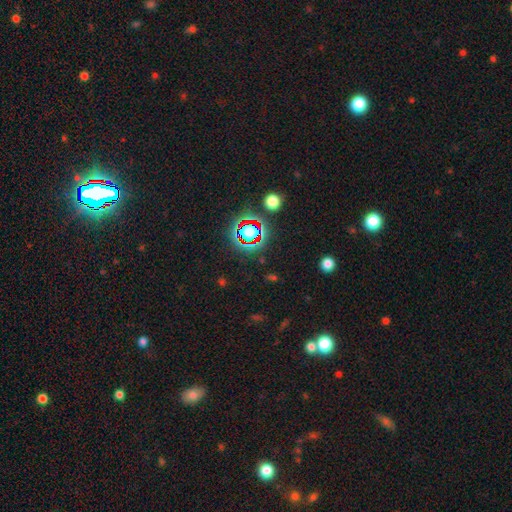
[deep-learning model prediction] Smooth or featured?
  - star or artifact: 77% *
  - smooth: 14%
  - featured or disk: 8%